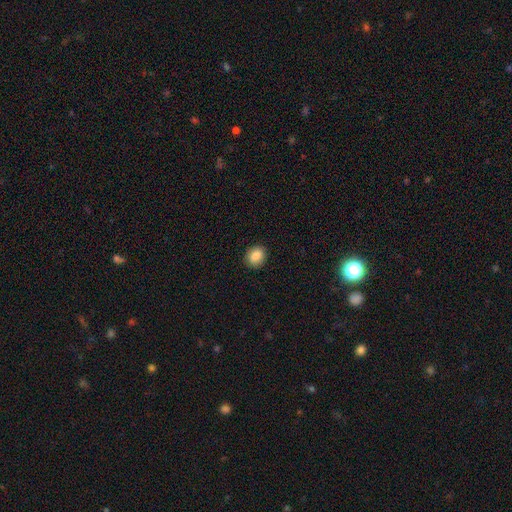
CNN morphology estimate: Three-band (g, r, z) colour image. It shows a smooth galaxy with no disk features (86%) that is round (56%). Merging: none (90%).